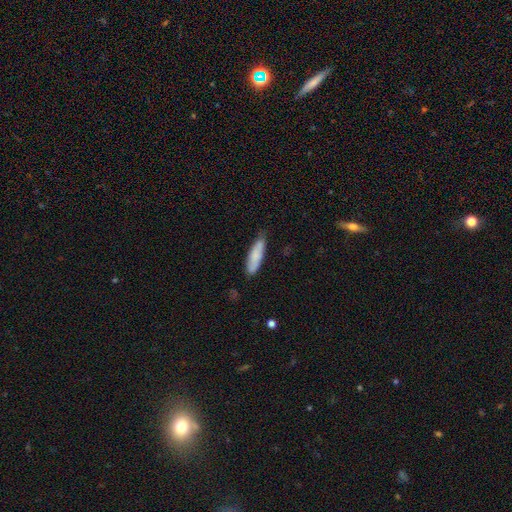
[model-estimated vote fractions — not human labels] This appears to be a smooth galaxy with no disk features (76%) that is cigar-shaped (63%). Merging: none (70%).